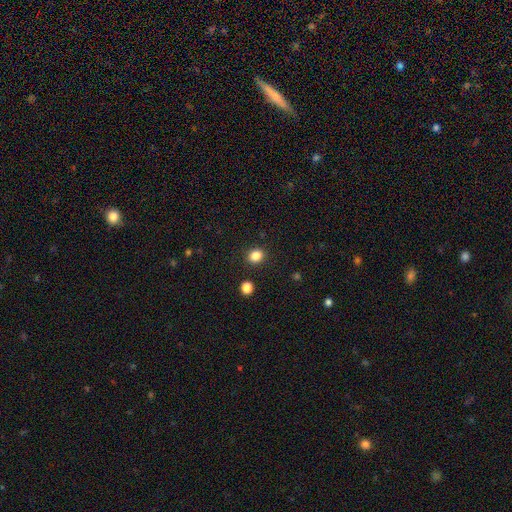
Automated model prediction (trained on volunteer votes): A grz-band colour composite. It shows a smooth galaxy with no disk features (84%) that is round (66%). Merging: none (89%).